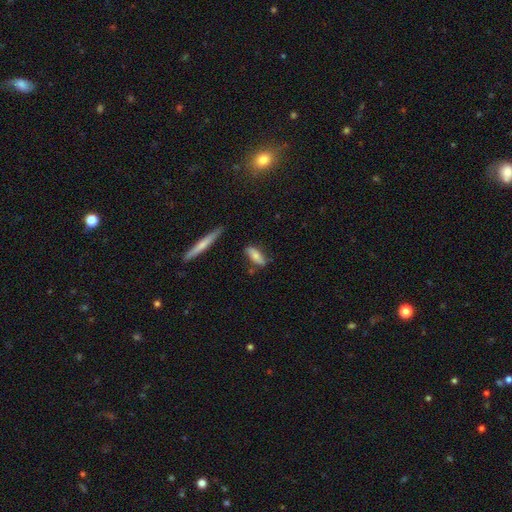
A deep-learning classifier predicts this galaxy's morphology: type=smooth (63%); roundness=in between (56%); merging=none (71%).